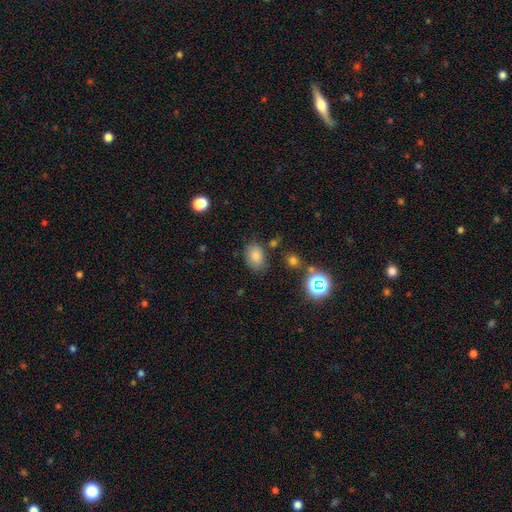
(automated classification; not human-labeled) Smooth or featured? Predicted: smooth (p=0.79). How rounded? Predicted: in between (p=0.79). Merging? Predicted: none (p=0.76).